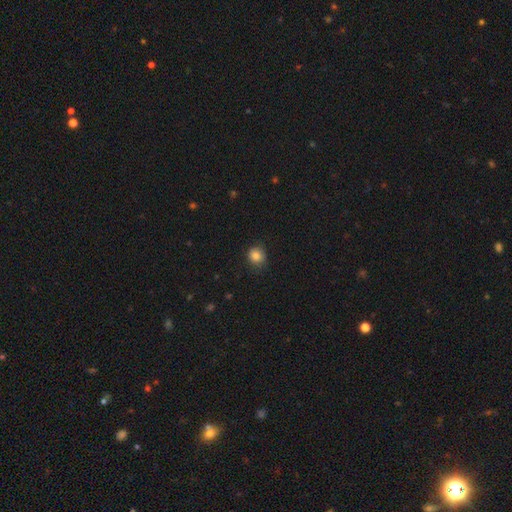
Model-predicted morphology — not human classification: The model was most divided on "how rounded": round: 78%, in between: 21%, cigar-shaped: 1%. More confident: smooth or featured — smooth (84%); merging — none (79%).